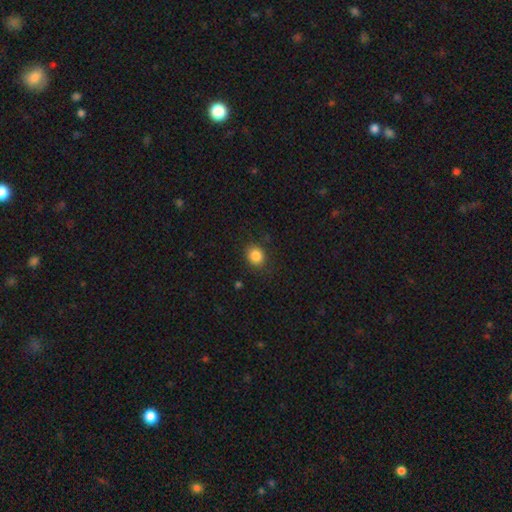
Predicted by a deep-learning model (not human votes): Q: Smooth or featured?
A: smooth (85%); runner-up: star or artifact (10%)
Q: How rounded?
A: round (71%); runner-up: in between (28%)
Q: Merging?
A: none (85%); runner-up: minor disturbance (10%)